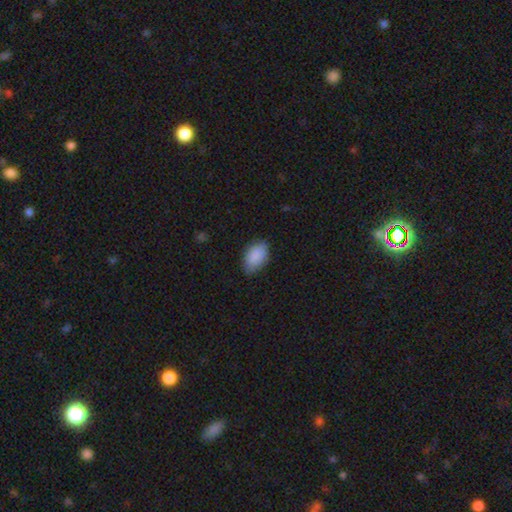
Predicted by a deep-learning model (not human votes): This appears to be a smooth galaxy with no disk features (89%) that is in between round and cigar-shaped (91%). Merging: none (77%).